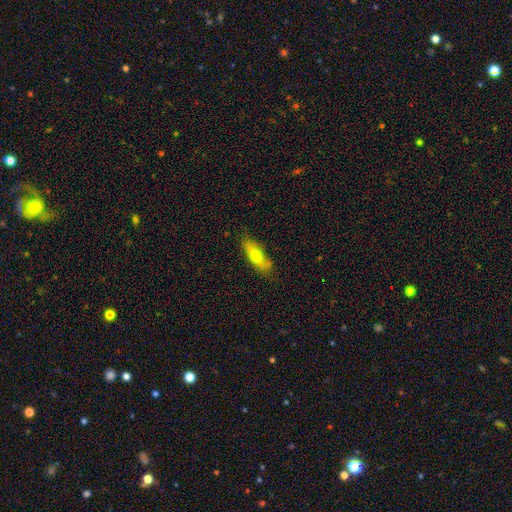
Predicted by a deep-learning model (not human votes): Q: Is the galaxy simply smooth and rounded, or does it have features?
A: smooth — 62%.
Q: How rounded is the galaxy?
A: in between — 53%.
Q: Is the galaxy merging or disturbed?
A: none — 77%.